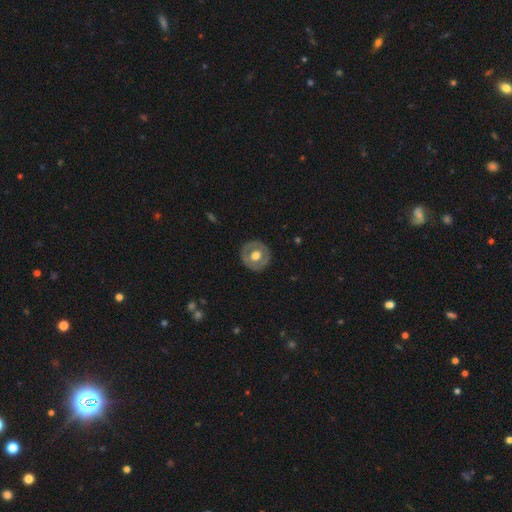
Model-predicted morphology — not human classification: Overall: featured or disk (50%; smooth 44%). Edge-on disk: no (95%). Merging: none (85%).